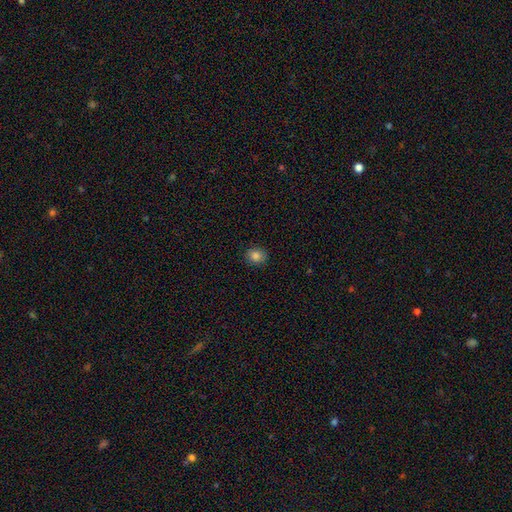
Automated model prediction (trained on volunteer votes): smooth-or-featured: smooth: 84% | star or artifact: 10% | featured or disk: 6%
  how-rounded: round: 66% | in between: 33% | cigar-shaped: 1%
  merging: none: 88% | minor disturbance: 9% | major disturbance: 2% | merger: 1%